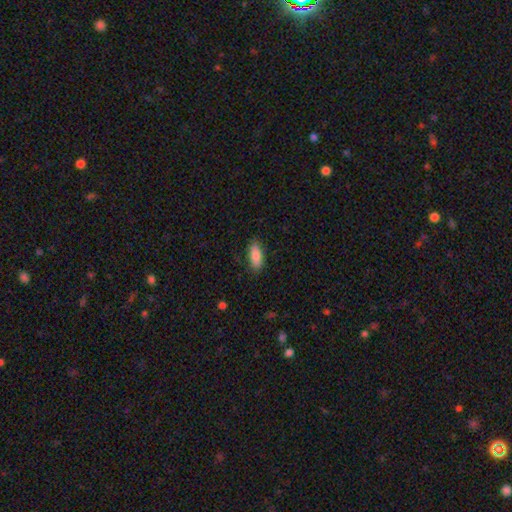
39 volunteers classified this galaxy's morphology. A smooth galaxy with no disk features (85%) that is in between round and cigar-shaped (64%). Merging: none (81%).